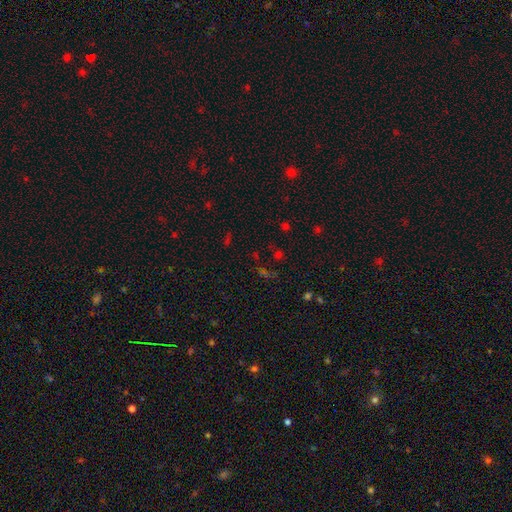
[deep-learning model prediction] smooth_or_featured: star or artifact (p=0.55) [alt: smooth p=0.35]